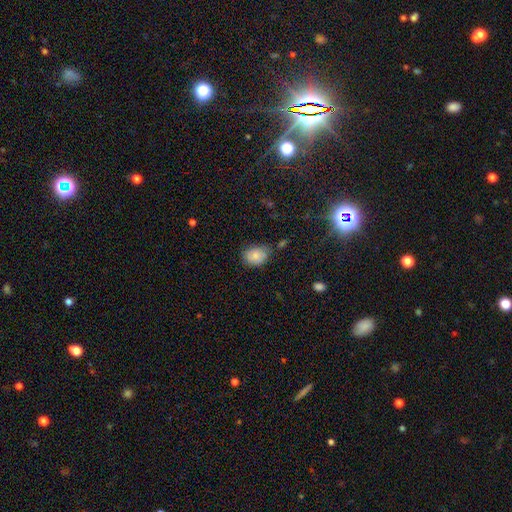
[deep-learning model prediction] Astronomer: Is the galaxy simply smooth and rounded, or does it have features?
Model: smooth — 80%.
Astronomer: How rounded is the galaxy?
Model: in between — 62% (runner-up: round, 37%).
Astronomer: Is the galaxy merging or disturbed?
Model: none — 62%.